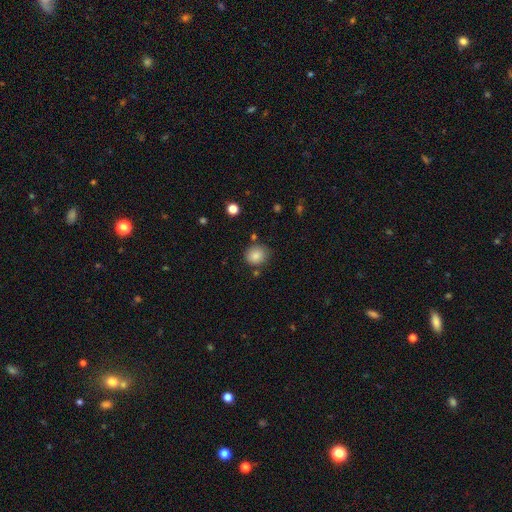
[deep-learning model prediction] Overall: smooth (85%). How rounded: round (74%). Merging: none (78%).